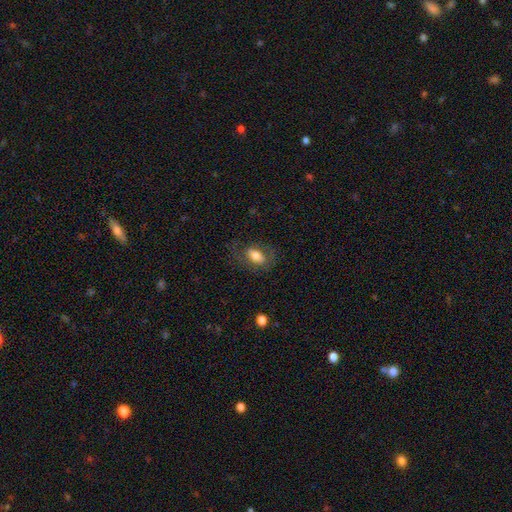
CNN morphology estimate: smooth 69%, featured or disk 23%, star or artifact 8%. Down the decision tree: how rounded — in between (88%); merging — none (67%).